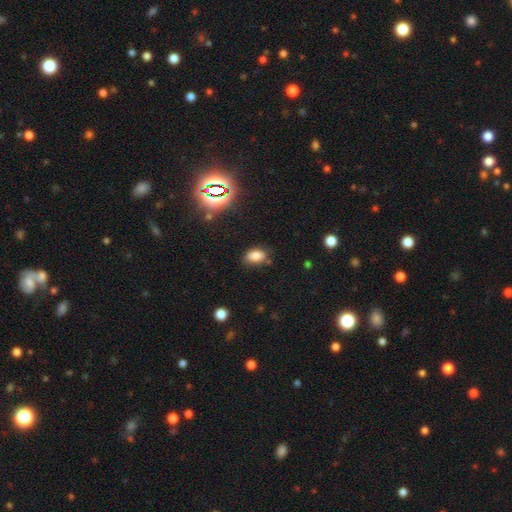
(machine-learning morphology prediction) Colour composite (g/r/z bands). It shows a smooth galaxy with no disk features (77%) that is in between round and cigar-shaped (84%). Merging: none (72%).